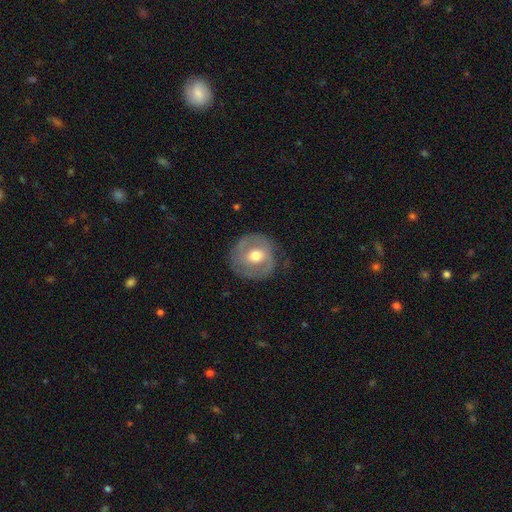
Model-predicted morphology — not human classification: smooth_or_featured: featured or disk (p=0.58) [alt: smooth p=0.36]
disk_edge_on: no (p=0.96) [alt: yes p=0.04]
bar: no (p=0.52) [alt: weak p=0.36]
has_spiral_arms: yes (p=0.65) [alt: no p=0.35]
bulge_size: moderate (p=0.75) [alt: large p=0.12]
merging: none (p=0.77) [alt: minor disturbance p=0.15]